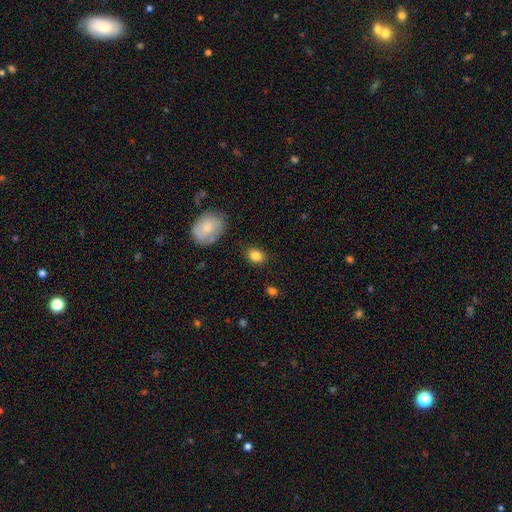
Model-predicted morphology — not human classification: The model was most divided on "how rounded": in between: 58%, round: 41%, cigar-shaped: 1%. More confident: merging — none (85%); smooth or featured — smooth (85%).